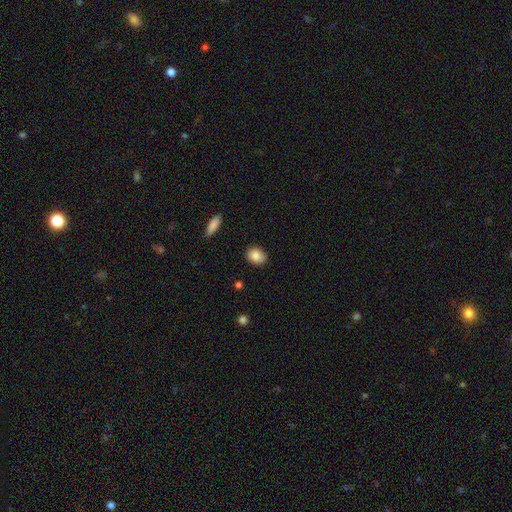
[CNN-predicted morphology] A smooth galaxy with no disk features (87%) that is in between round and cigar-shaped (64%).

Vote fractions:
- Smooth or featured? smooth: 87% / star or artifact: 8% / featured or disk: 6%
- How rounded? in between: 64% / round: 35% / cigar-shaped: 1%
- Merging? none: 87% / minor disturbance: 10% / major disturbance: 2% / merger: 1%